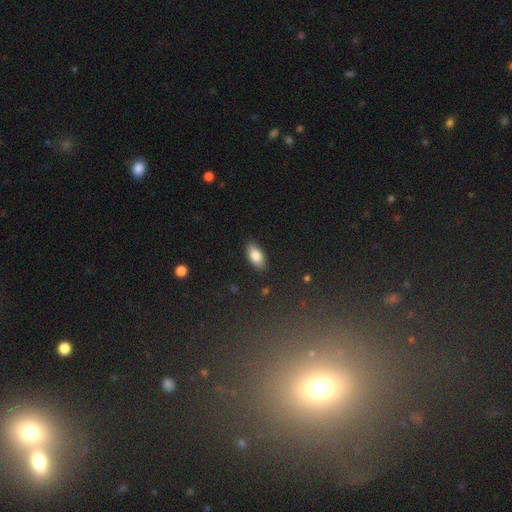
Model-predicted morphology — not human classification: Smooth or featured? Predicted: smooth (p=0.83). How rounded? Predicted: in between (p=0.91). Merging? Predicted: none (p=0.87).